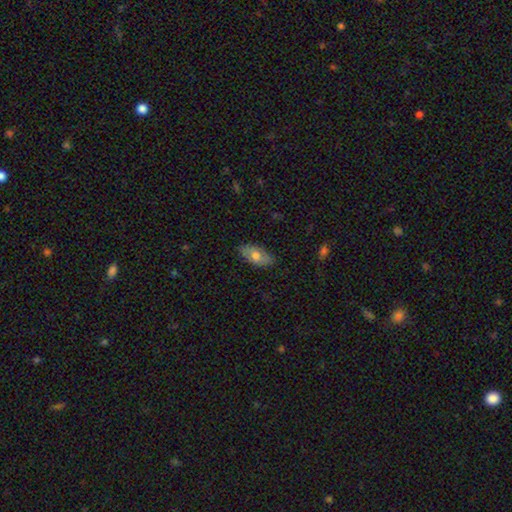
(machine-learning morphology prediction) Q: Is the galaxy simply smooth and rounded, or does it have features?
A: smooth — 69%.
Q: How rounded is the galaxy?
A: in between — 91%.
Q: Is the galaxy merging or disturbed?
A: none — 81%.